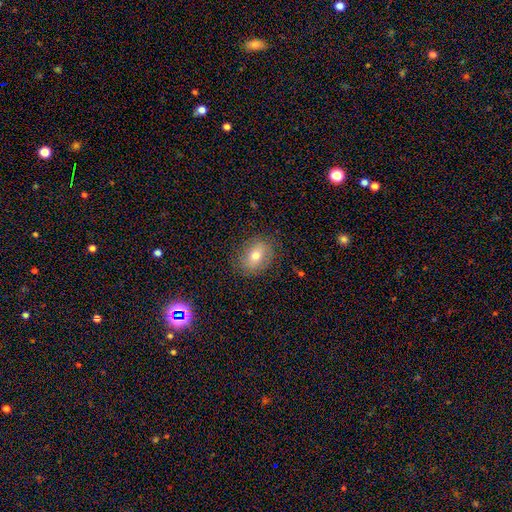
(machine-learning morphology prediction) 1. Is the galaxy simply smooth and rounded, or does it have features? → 63% smooth, 27% featured or disk, 10% star or artifact.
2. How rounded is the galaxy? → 62% in between, 36% round, 1% cigar-shaped.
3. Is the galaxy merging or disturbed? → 81% none, 14% minor disturbance, 4% major disturbance, 1% merger.